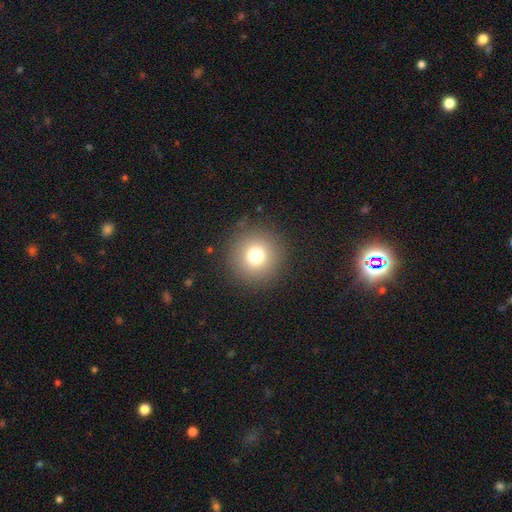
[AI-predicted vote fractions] Smooth or featured?
  - smooth: 75% *
  - star or artifact: 14%
  - featured or disk: 10%
How rounded?
  - round: 95% *
  - in between: 4%
  - cigar-shaped: 1%
Merging?
  - none: 89% *
  - minor disturbance: 6%
  - major disturbance: 3%
  - merger: 1%